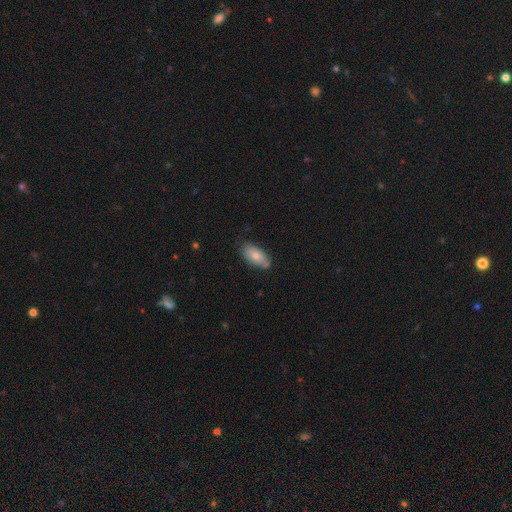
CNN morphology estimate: smooth 77%, featured or disk 16%, star or artifact 7%. Down the decision tree: how rounded — in between (92%); merging — none (73%).